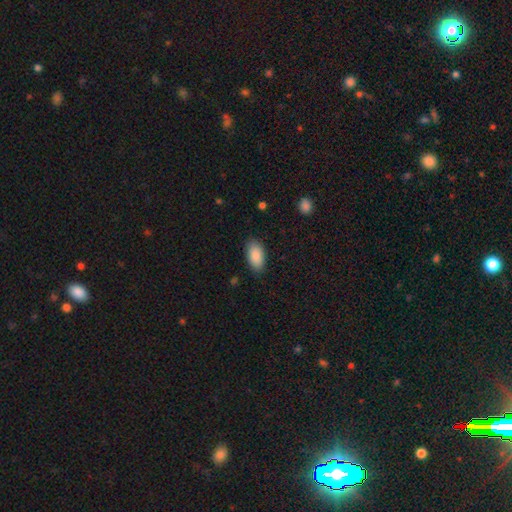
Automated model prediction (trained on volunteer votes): A smooth galaxy with no disk features (89%) that is in between round and cigar-shaped (94%).

Vote fractions:
- Smooth or featured? smooth: 89% / star or artifact: 6% / featured or disk: 4%
- How rounded? in between: 94% / cigar-shaped: 4% / round: 3%
- Merging? none: 85% / minor disturbance: 11% / major disturbance: 3% / merger: 1%